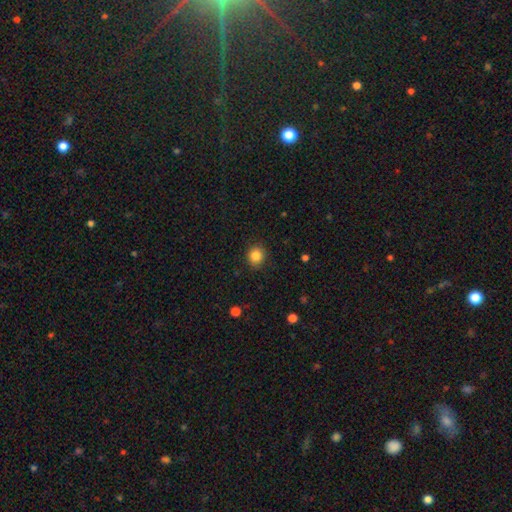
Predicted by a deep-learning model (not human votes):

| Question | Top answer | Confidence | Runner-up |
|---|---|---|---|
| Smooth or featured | smooth | 85% | star or artifact (11%) |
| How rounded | round | 84% | in between (15%) |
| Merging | none | 89% | minor disturbance (8%) |